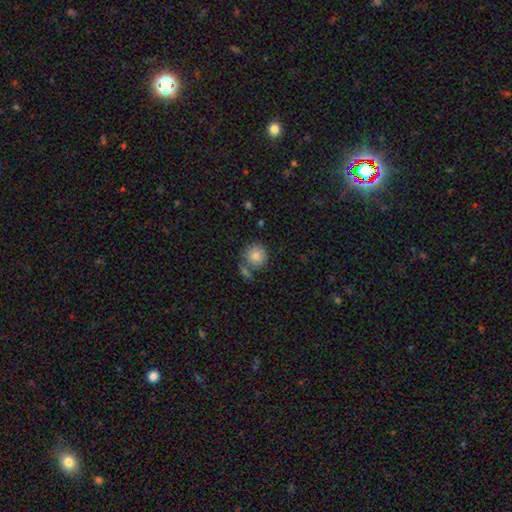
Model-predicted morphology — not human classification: smooth-or-featured: smooth: 83% | star or artifact: 8% | featured or disk: 8%
  how-rounded: round: 91% | in between: 8% | cigar-shaped: 1%
  merging: none: 64% | merger: 20% | minor disturbance: 12% | major disturbance: 4%